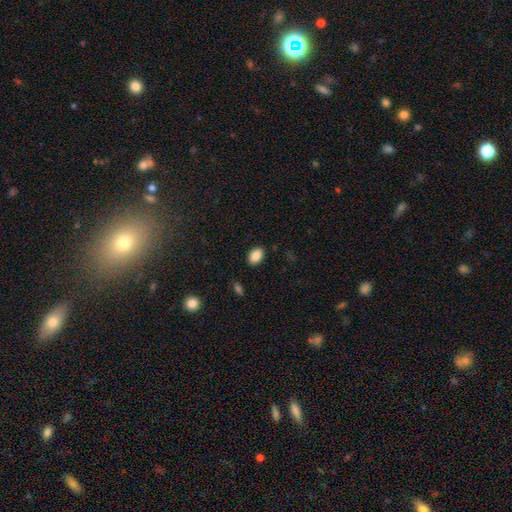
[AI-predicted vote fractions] Smooth or featured? smooth (87%)
How rounded? in between (86%)
Merging? none (88%)